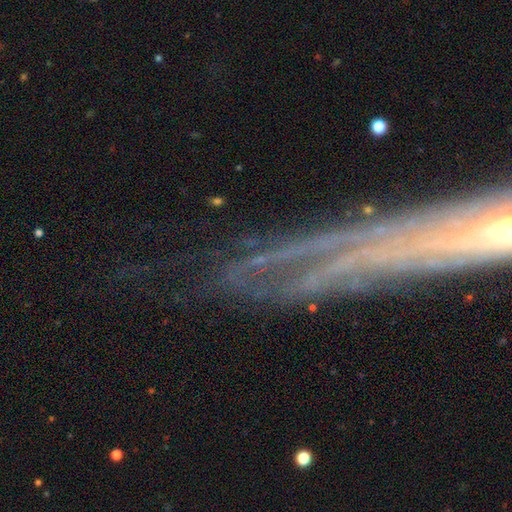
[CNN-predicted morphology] featured or disk 64%, star or artifact 20%, smooth 16%. Down the decision tree: edge-on disk — no (51%); merging — none (73%).